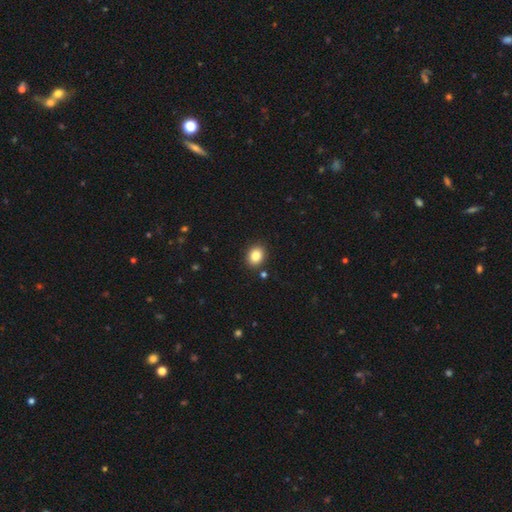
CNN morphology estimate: Overall: smooth (85%). How rounded: round (54%; in between 45%). Merging: none (89%).